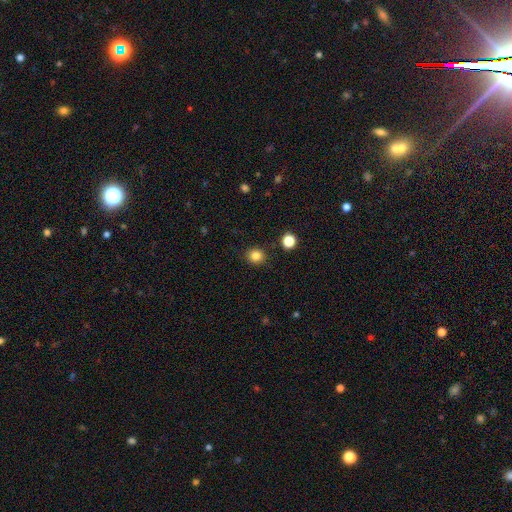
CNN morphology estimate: Q: Smooth or featured?
A: smooth (83%); runner-up: star or artifact (12%)
Q: How rounded?
A: round (86%); runner-up: in between (14%)
Q: Merging?
A: none (90%); runner-up: minor disturbance (6%)